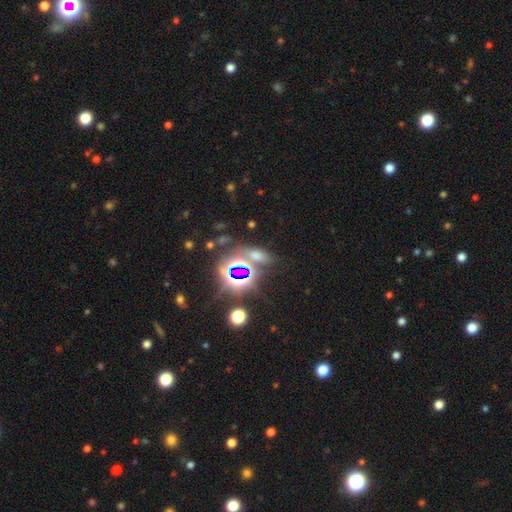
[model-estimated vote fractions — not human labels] Morphology: type=star or artifact (61%).